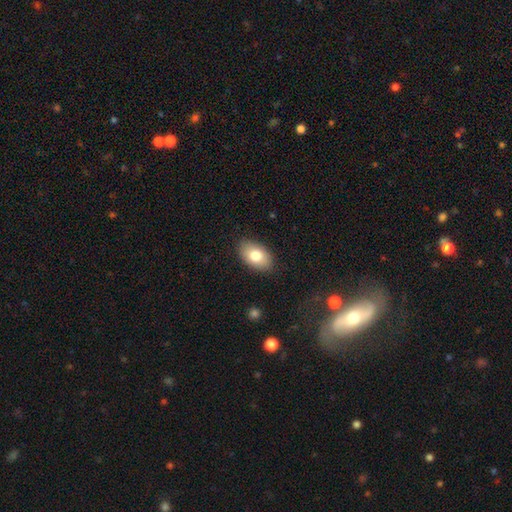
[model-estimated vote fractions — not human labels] Smooth or featured? smooth (78%)
How rounded? in between (92%)
Merging? none (86%)